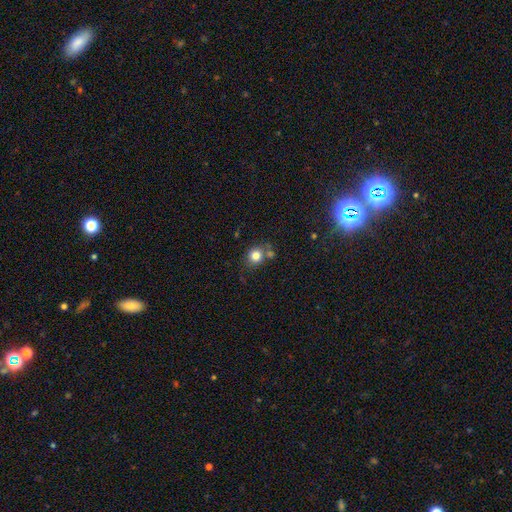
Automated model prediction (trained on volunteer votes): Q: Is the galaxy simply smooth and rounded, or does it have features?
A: smooth — 80%.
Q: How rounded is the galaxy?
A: round — 81%.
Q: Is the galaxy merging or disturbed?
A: none — 66%.